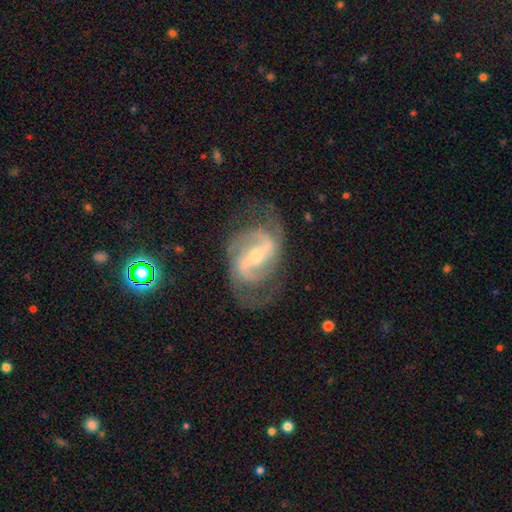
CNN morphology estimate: A featured or disk galaxy (89%) with a strong bar (56%), 2 (80%) medium (50%) spiral arms (95%) and a small central bulge (51%).

Vote fractions:
- Smooth or featured? featured or disk: 89% / smooth: 6% / star or artifact: 5%
- Edge-on disk? no: 96% / yes: 4%
- Bar? strong: 56% / weak: 34% / no: 10%
- Spiral arms? yes: 95% / no: 5%
- Spiral winding? medium: 50% / loose: 27% / tight: 23%
- Spiral arm count? 2: 80% / can't tell: 7% / 3: 7% / 1: 2% / 4: 2% / more than 4: 2%
- Bulge size? small: 51% / moderate: 43% / large: 3% / none: 2% / dominant: 1%
- Merging? none: 68% / minor disturbance: 18% / major disturbance: 13% / merger: 2%